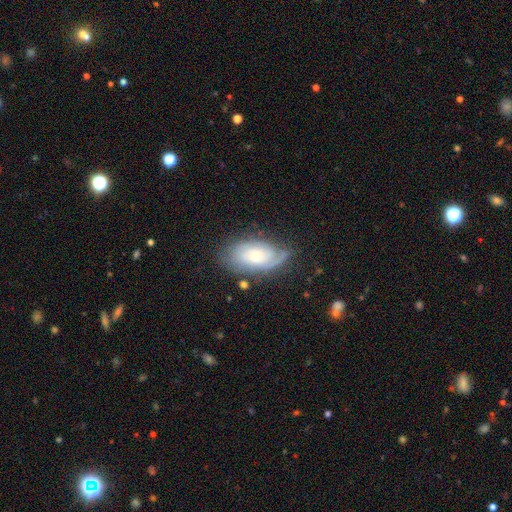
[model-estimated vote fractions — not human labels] smooth-or-featured: featured or disk: 65% | smooth: 28% | star or artifact: 7%
  disk-edge-on: no: 93% | yes: 7%
    bar: no: 76% | weak: 20% | strong: 3%
    has-spiral-arms: yes: 83% | no: 17%
    bulge-size: small: 54% | moderate: 41% | large: 3% | none: 1% | dominant: 1%
  merging: none: 65% | minor disturbance: 23% | major disturbance: 9% | merger: 3%